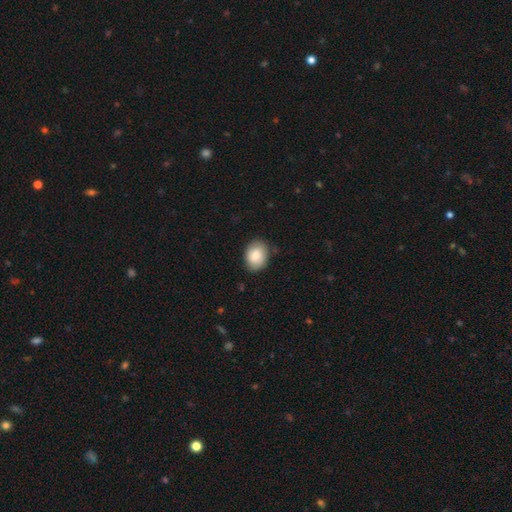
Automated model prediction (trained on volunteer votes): Smooth or featured? smooth (83%)
How rounded? in between (63%)
Merging? none (79%)